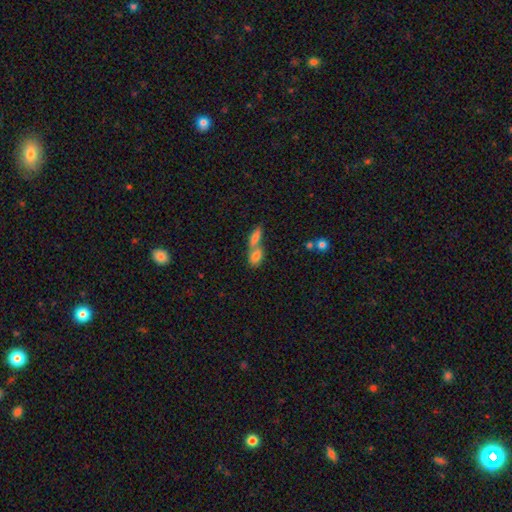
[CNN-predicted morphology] smooth_or_featured: smooth (p=0.79) [alt: featured or disk p=0.13]
how_rounded: in between (p=0.82) [alt: round p=0.11]
merging: merger (p=0.64) [alt: none p=0.26]